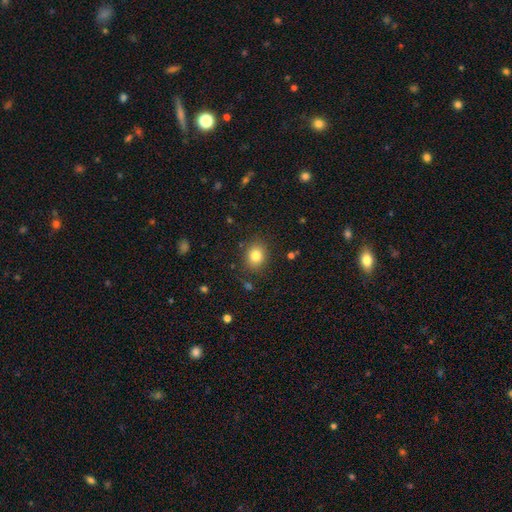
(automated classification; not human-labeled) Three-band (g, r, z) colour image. It shows a smooth galaxy with no disk features (81%) that is round (60%). Merging: none (86%).